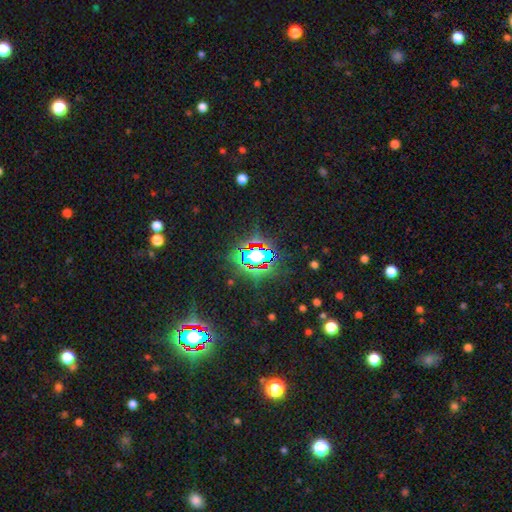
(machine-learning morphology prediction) This is likely a star or artifact rather than a galaxy (70%).